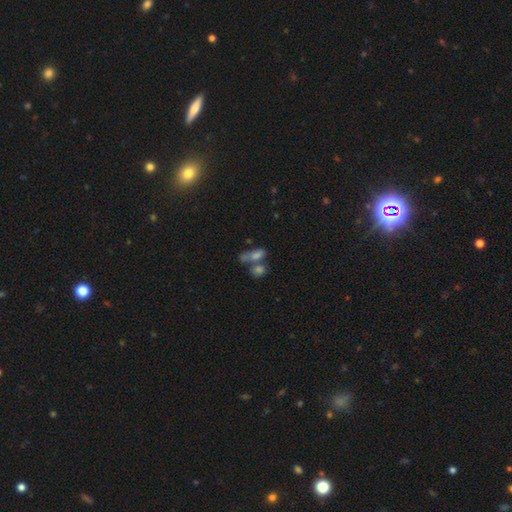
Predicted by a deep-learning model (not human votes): A smooth galaxy with no disk features (61%) that is in between round and cigar-shaped (66%).

Vote fractions:
- Smooth or featured? smooth: 61% / featured or disk: 20% / star or artifact: 19%
- How rounded? in between: 66% / cigar-shaped: 18% / round: 16%
- Merging? merger: 45% / none: 38% / minor disturbance: 11% / major disturbance: 7%